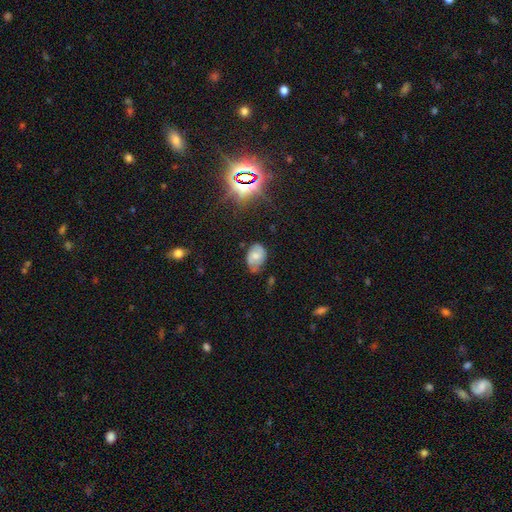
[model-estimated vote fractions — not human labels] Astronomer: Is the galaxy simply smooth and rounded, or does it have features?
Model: smooth — 55% (runner-up: featured or disk, 33%).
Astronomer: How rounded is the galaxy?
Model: in between — 79%.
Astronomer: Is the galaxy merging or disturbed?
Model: none — 54% (runner-up: minor disturbance, 34%).